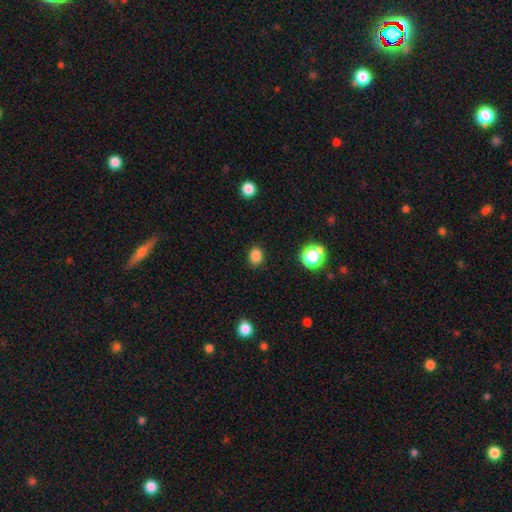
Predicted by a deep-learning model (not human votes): smooth-or-featured: smooth: 83% | star or artifact: 13% | featured or disk: 4%
  how-rounded: round: 53% | in between: 46% | cigar-shaped: 1%
  merging: none: 88% | minor disturbance: 8% | major disturbance: 3% | merger: 1%